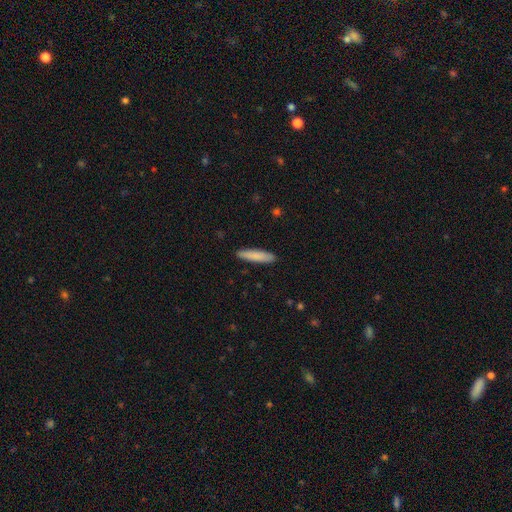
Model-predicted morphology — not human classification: This is clearly a smooth galaxy (84%). How rounded: clearly cigar-shaped (85%). Merging: clearly none (90%).